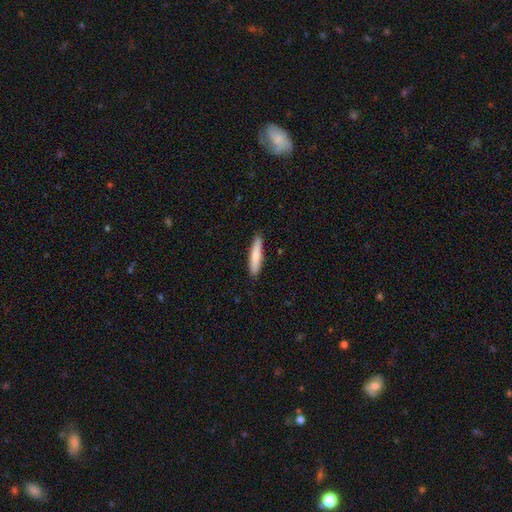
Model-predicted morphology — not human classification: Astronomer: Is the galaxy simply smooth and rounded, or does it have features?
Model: smooth — 77%.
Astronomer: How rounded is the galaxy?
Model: cigar-shaped — 88%.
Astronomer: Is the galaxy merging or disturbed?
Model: none — 90%.